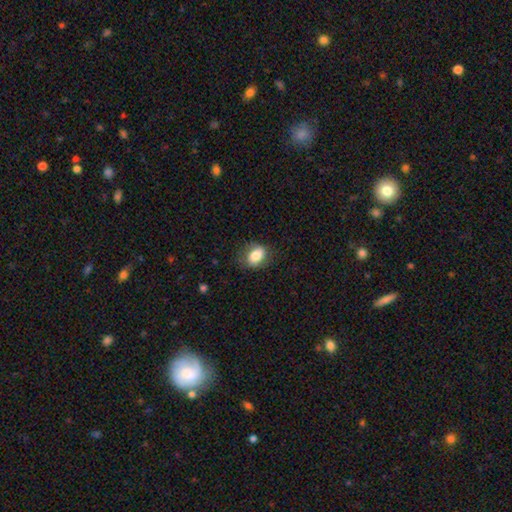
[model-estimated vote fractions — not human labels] Smooth or featured: smooth — 81% (featured or disk — 11%)
How rounded: in between — 74% (round — 25%)
Merging: none — 72% (minor disturbance — 20%)